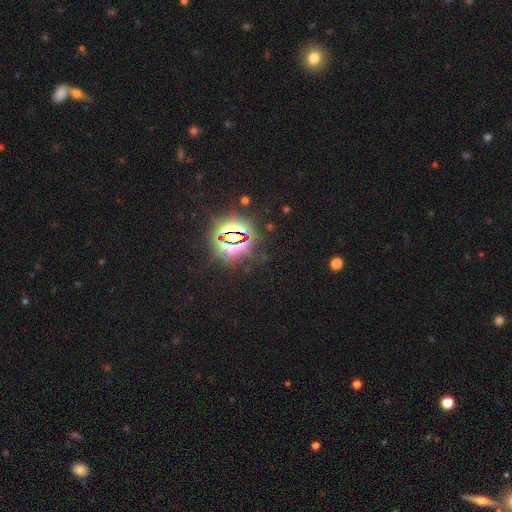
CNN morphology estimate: Q: Smooth or featured?
A: star or artifact (84%); runner-up: smooth (9%)